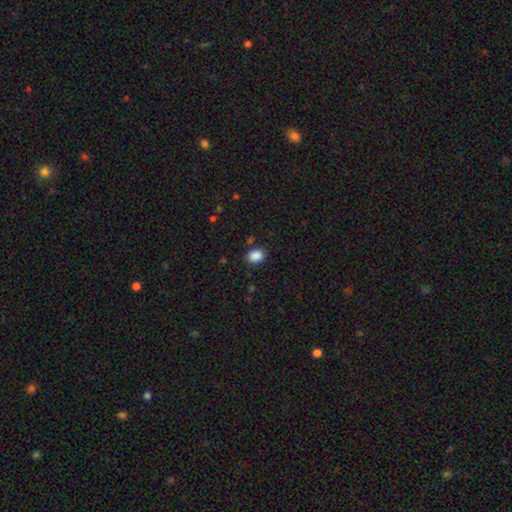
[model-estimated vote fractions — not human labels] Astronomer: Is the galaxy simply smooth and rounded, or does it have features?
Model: smooth — 88%.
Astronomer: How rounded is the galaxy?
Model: in between — 66%.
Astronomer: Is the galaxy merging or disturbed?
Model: none — 86%.